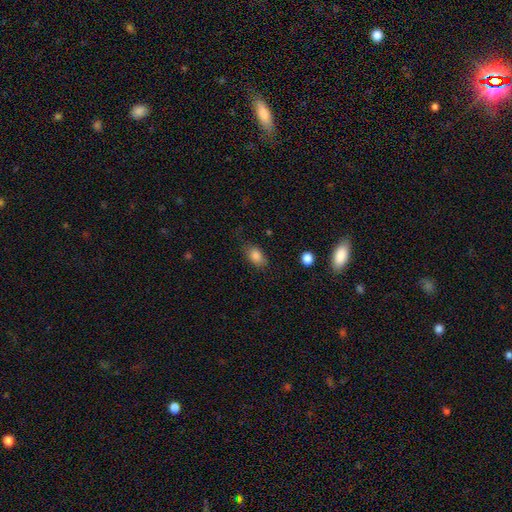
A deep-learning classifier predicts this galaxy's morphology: smooth_or_featured: smooth (p=0.84) [alt: star or artifact p=0.09]
how_rounded: in between (p=0.85) [alt: round p=0.12]
merging: none (p=0.74) [alt: minor disturbance p=0.19]